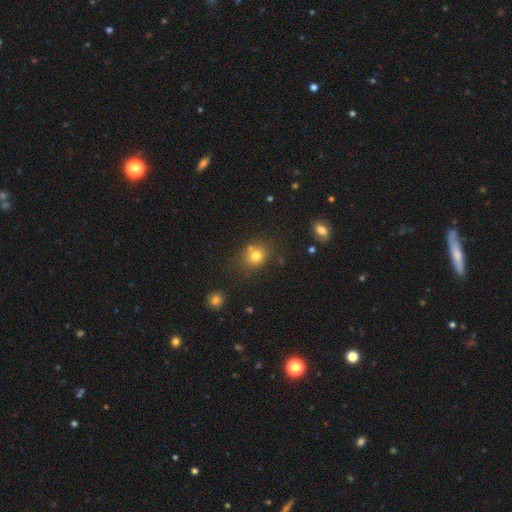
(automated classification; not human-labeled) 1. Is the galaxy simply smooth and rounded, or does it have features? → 76% smooth, 14% star or artifact, 9% featured or disk.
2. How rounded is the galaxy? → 73% round, 26% in between, 1% cigar-shaped.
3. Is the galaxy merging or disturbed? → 67% none, 16% merger, 13% minor disturbance, 4% major disturbance.